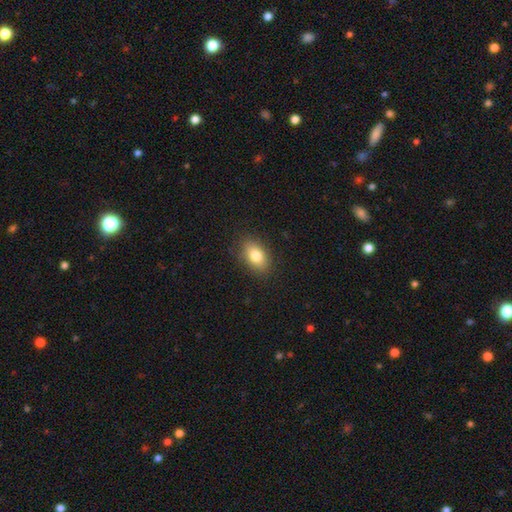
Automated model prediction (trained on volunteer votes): This is clearly a smooth galaxy (81%). How rounded: clearly in between (86%). Merging: clearly none (86%).